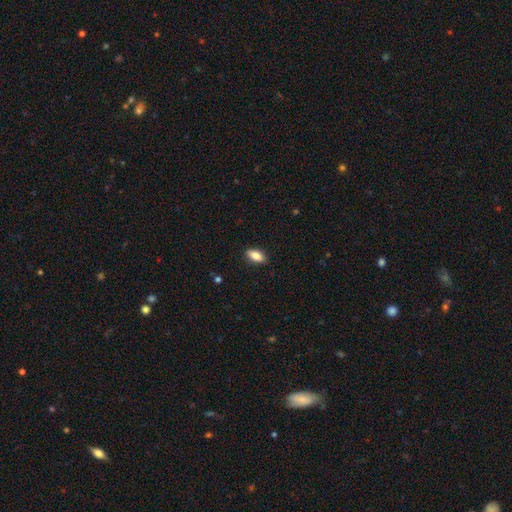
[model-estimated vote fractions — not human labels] The model was most divided on "smooth or featured": smooth: 85%, featured or disk: 8%, star or artifact: 7%. More confident: merging — none (89%); how rounded — in between (87%).